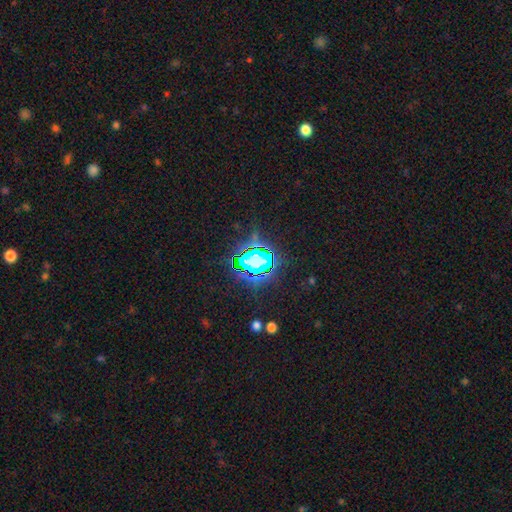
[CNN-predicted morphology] Smooth or featured?
  - star or artifact: 79% *
  - smooth: 12%
  - featured or disk: 8%